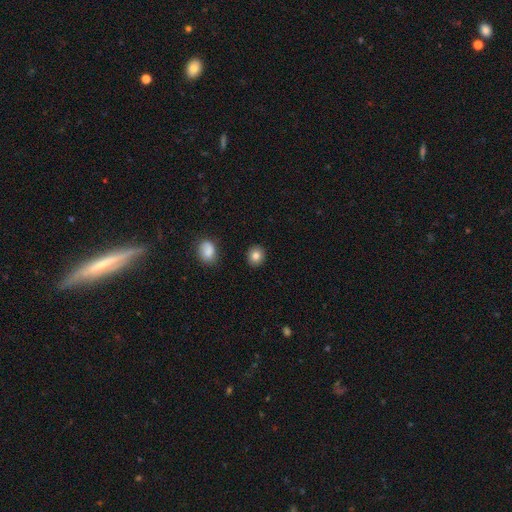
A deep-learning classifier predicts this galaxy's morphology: Q: Smooth or featured?
A: smooth (84%); runner-up: star or artifact (10%)
Q: How rounded?
A: round (76%); runner-up: in between (23%)
Q: Merging?
A: none (90%); runner-up: minor disturbance (7%)